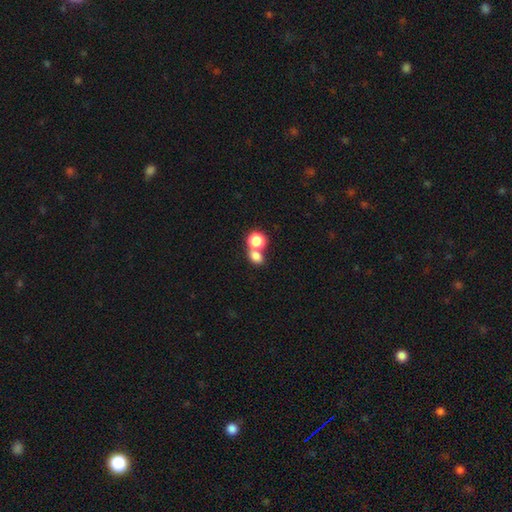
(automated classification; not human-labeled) Morphology: type=smooth (78%); roundness=round (53%); merging=merger (46%).